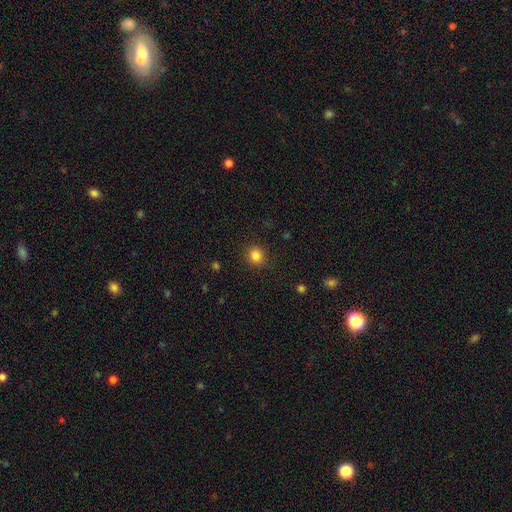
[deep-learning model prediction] Smooth or featured? smooth (84%)
How rounded? round (86%)
Merging? none (90%)